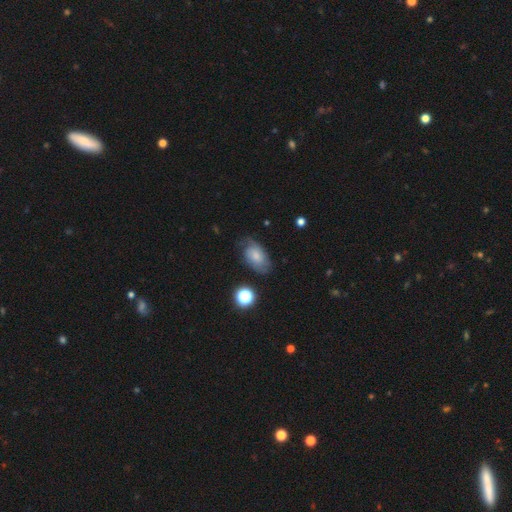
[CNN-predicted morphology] This appears to be a smooth galaxy with no disk features (52%) that is in between round and cigar-shaped (89%). Merging: none (61%).